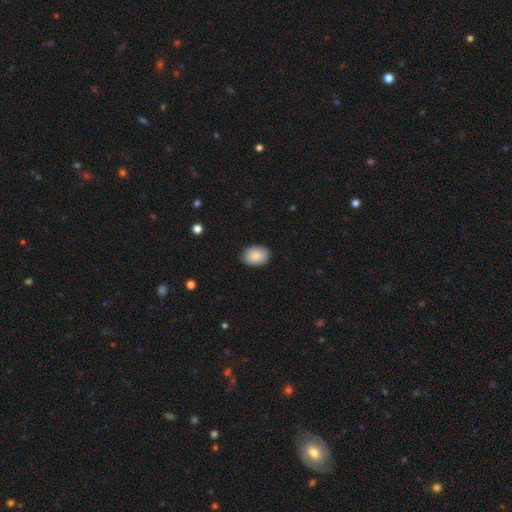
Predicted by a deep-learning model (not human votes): smooth-or-featured: smooth: 87% | star or artifact: 7% | featured or disk: 6%
  how-rounded: in between: 80% | round: 19% | cigar-shaped: 1%
  merging: none: 86% | minor disturbance: 11% | major disturbance: 2% | merger: 1%